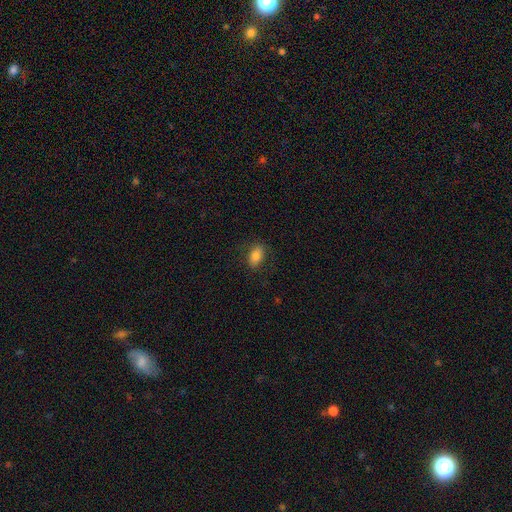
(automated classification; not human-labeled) smooth-or-featured: smooth: 81% | featured or disk: 10% | star or artifact: 9%
  how-rounded: in between: 88% | round: 10% | cigar-shaped: 3%
  merging: none: 81% | minor disturbance: 14% | major disturbance: 4% | merger: 1%